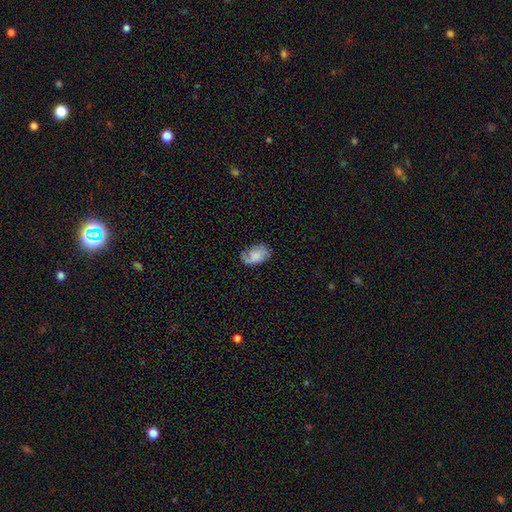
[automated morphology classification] type=smooth (52%); roundness=in between (86%); merging=none (59%).